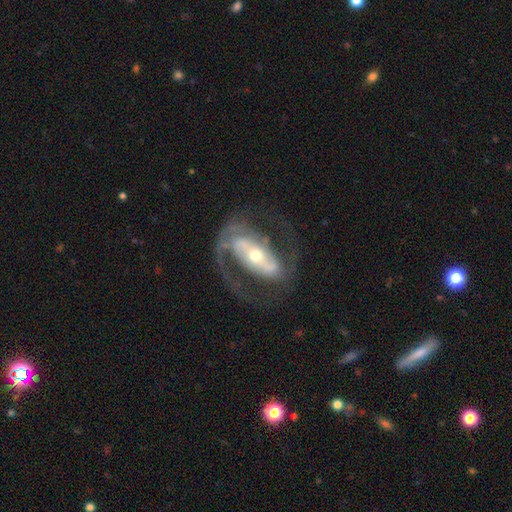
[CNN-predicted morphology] Smooth or featured?
  - featured or disk: 88% *
  - smooth: 7%
  - star or artifact: 4%
Edge-on disk?
  - no: 95% *
  - yes: 5%
Bar?
  - strong: 58% *
  - weak: 25%
  - no: 17%
Spiral arms?
  - yes: 92% *
  - no: 8%
Spiral winding?
  - medium: 52% *
  - tight: 26%
  - loose: 22%
Spiral arm count?
  - 2: 84% *
  - 1: 7%
  - can't tell: 5%
  - 3: 2%
  - 4: 1%
  - more than 4: 1%
Bulge size?
  - moderate: 53% *
  - small: 40%
  - large: 5%
  - dominant: 1%
  - none: 1%
Merging?
  - none: 67% *
  - major disturbance: 17%
  - minor disturbance: 14%
  - merger: 2%